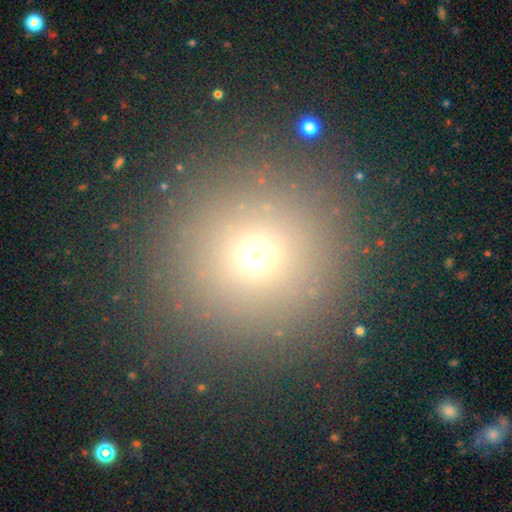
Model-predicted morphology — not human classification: Q: Smooth or featured?
A: smooth (66%); runner-up: star or artifact (25%)
Q: How rounded?
A: round (95%); runner-up: in between (4%)
Q: Merging?
A: none (88%); runner-up: minor disturbance (6%)